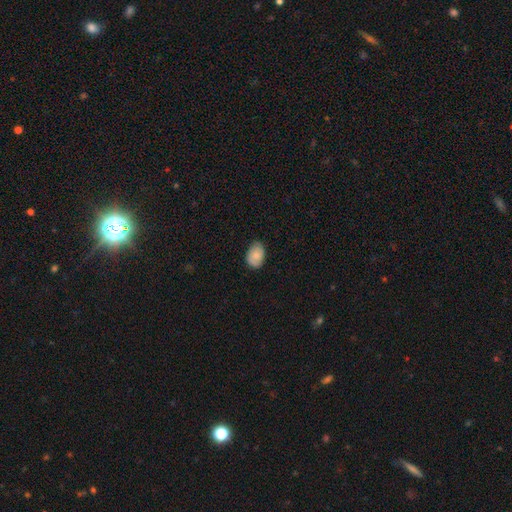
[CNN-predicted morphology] Overall: smooth (79%). How rounded: in between (85%). Merging: none (74%).